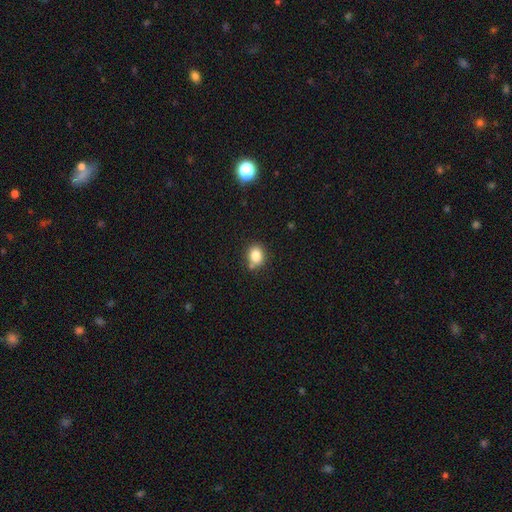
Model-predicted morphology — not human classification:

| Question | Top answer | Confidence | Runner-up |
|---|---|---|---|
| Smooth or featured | smooth | 83% | star or artifact (10%) |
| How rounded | round | 55% | in between (44%) |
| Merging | none | 70% | minor disturbance (16%) |